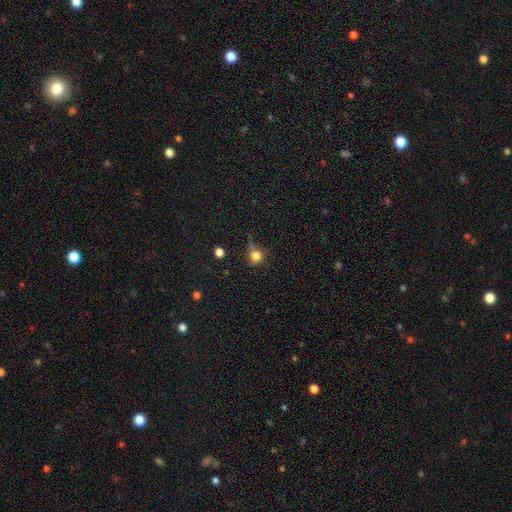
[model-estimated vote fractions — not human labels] A smooth galaxy with no disk features (76%) that is round (81%).

Vote fractions:
- Smooth or featured? smooth: 76% / star or artifact: 15% / featured or disk: 9%
- How rounded? round: 81% / in between: 17% / cigar-shaped: 2%
- Merging? none: 51% / minor disturbance: 27% / major disturbance: 15% / merger: 7%